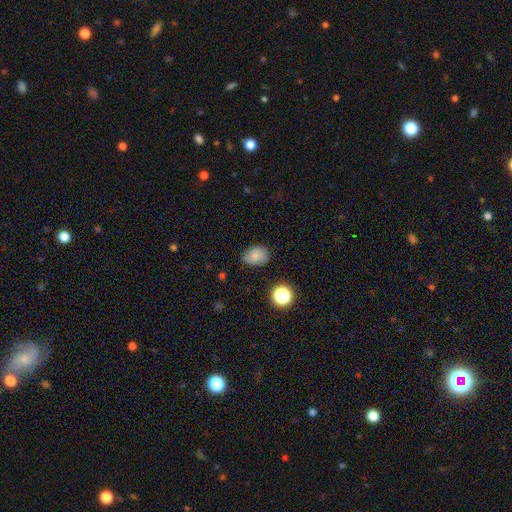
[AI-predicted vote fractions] smooth-or-featured: smooth: 77% | star or artifact: 12% | featured or disk: 11%
  how-rounded: in between: 61% | round: 38% | cigar-shaped: 1%
  merging: none: 69% | minor disturbance: 24% | major disturbance: 5% | merger: 2%